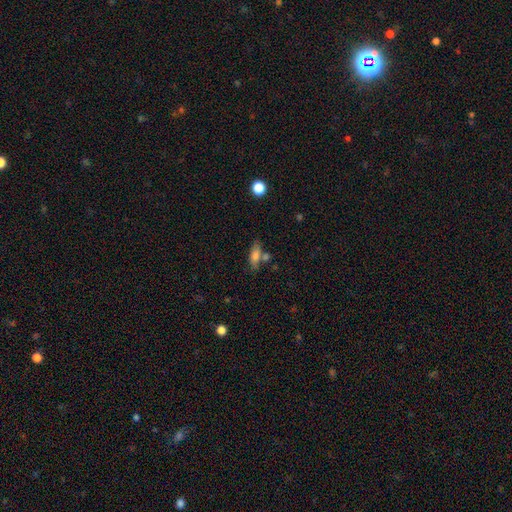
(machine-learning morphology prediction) Overall: smooth (69%). How rounded: in between (63%; cigar-shaped 33%). Merging: none (61%).